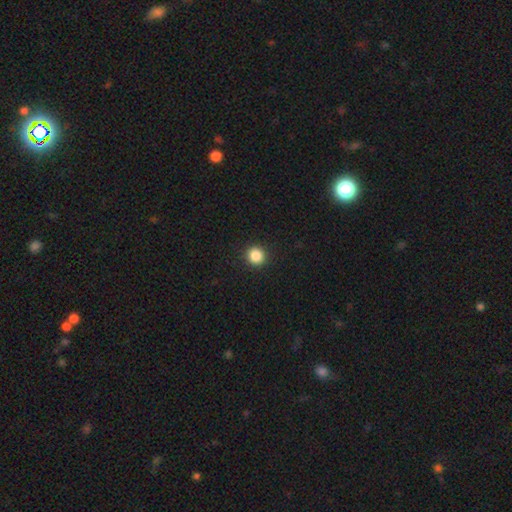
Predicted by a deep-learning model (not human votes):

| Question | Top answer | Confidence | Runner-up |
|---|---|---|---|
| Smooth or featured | smooth | 86% | star or artifact (11%) |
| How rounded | round | 93% | in between (6%) |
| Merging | none | 92% | minor disturbance (5%) |